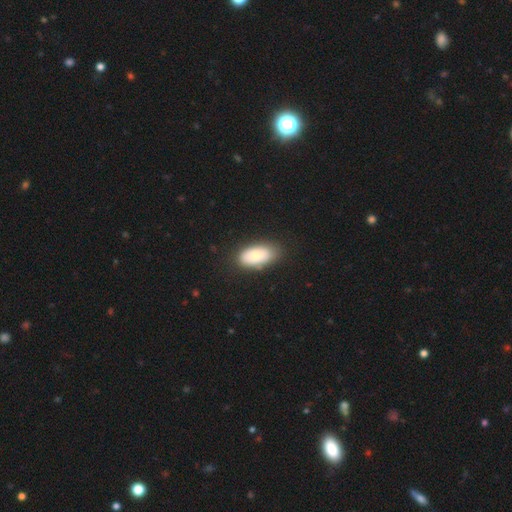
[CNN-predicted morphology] type=smooth (76%); roundness=in between (93%); merging=none (79%).